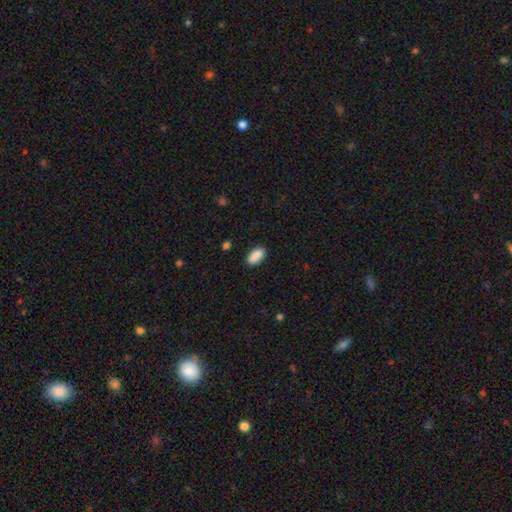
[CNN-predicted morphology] Q: Smooth or featured?
A: smooth (90%); runner-up: star or artifact (7%)
Q: How rounded?
A: in between (92%); runner-up: cigar-shaped (5%)
Q: Merging?
A: none (88%); runner-up: minor disturbance (9%)